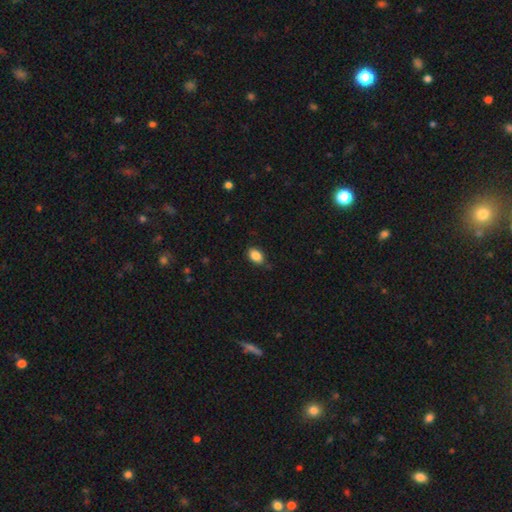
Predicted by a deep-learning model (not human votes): smooth 88%, star or artifact 8%, featured or disk 4%. Down the decision tree: how rounded — in between (86%); merging — none (83%).